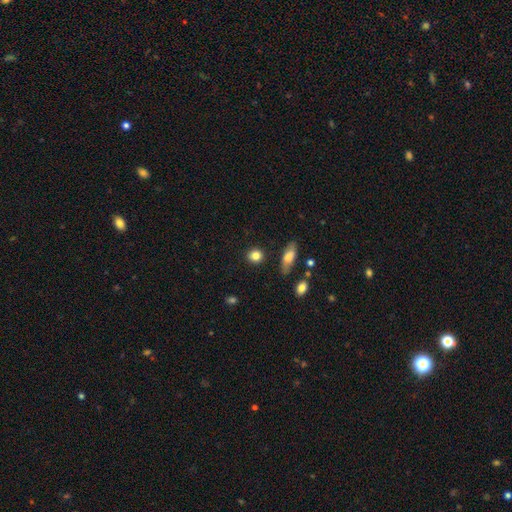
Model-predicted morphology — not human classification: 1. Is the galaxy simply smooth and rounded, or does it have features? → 85% smooth, 9% star or artifact, 7% featured or disk.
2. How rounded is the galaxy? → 80% round, 18% in between, 2% cigar-shaped.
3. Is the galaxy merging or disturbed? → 88% none, 7% minor disturbance, 3% merger, 2% major disturbance.